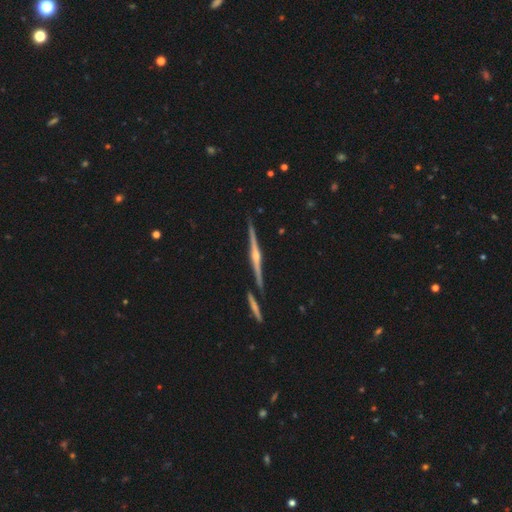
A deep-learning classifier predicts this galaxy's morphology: This is clearly a featured or disk galaxy (87%). It is clearly viewed edge-on (99%). Edge-on bulge: clearly rounded (88%). Merging: clearly none (85%).